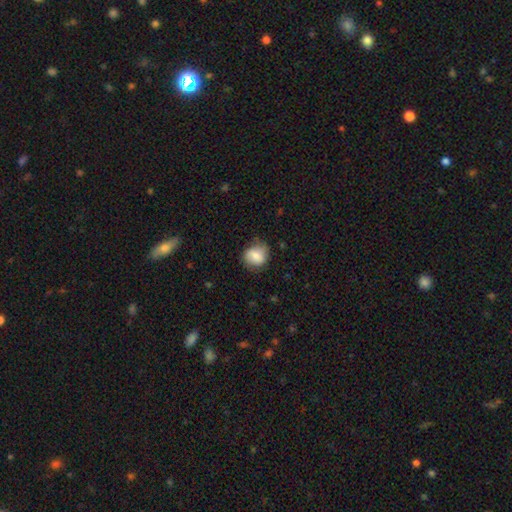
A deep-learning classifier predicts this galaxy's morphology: Q: Smooth or featured?
A: smooth (80%); runner-up: featured or disk (13%)
Q: How rounded?
A: round (69%); runner-up: in between (30%)
Q: Merging?
A: none (69%); runner-up: minor disturbance (23%)